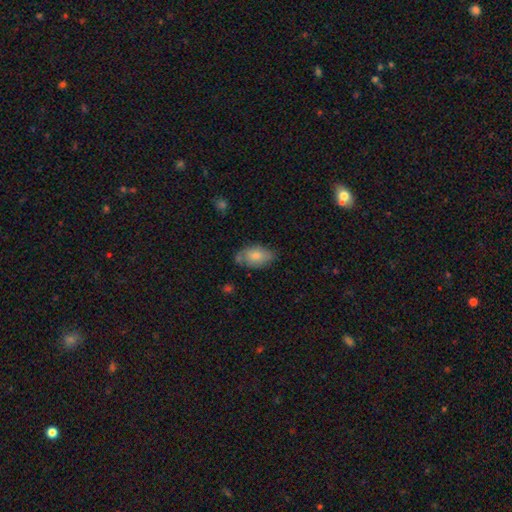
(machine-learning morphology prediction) Q: Smooth or featured?
A: smooth (77%); runner-up: featured or disk (17%)
Q: How rounded?
A: in between (92%); runner-up: round (5%)
Q: Merging?
A: none (65%); runner-up: minor disturbance (25%)